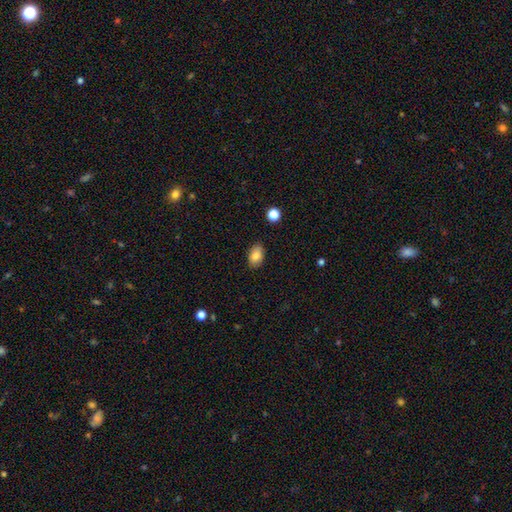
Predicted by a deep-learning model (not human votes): Smooth or featured?
  - smooth: 85% *
  - star or artifact: 8%
  - featured or disk: 7%
How rounded?
  - in between: 87% *
  - round: 11%
  - cigar-shaped: 1%
Merging?
  - none: 86% *
  - minor disturbance: 10%
  - major disturbance: 2%
  - merger: 1%